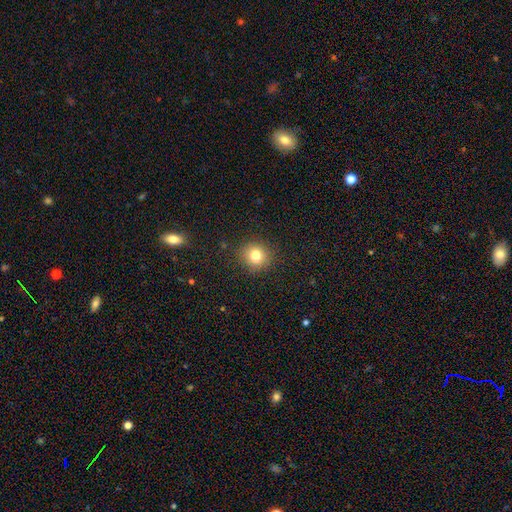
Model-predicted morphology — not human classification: A smooth galaxy with no disk features (79%) that is round (91%). Merging: none (89%).